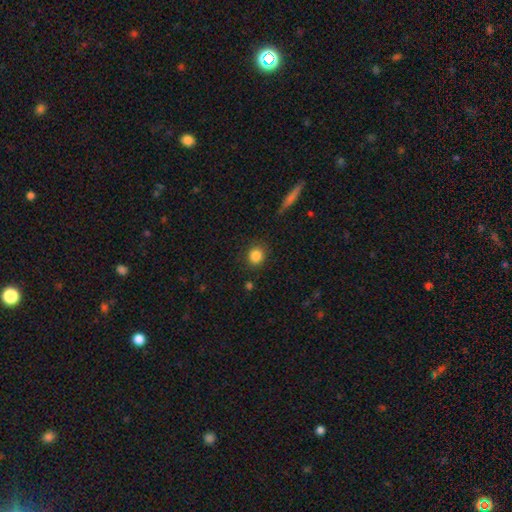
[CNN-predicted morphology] Smooth or featured: smooth — 86% (star or artifact — 10%)
How rounded: round — 84% (in between — 15%)
Merging: none — 87% (minor disturbance — 9%)